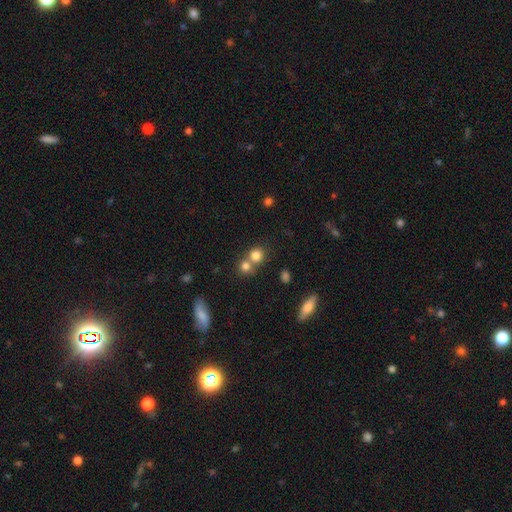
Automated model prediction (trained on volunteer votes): Smooth or featured? smooth (79%)
How rounded? round (85%)
Merging? none (48%)